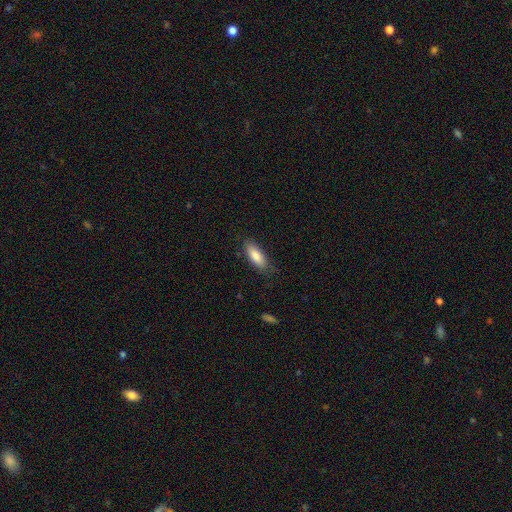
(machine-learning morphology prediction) This appears to be a smooth galaxy with no disk features (84%) that is in between round and cigar-shaped (68%). Merging: none (81%).